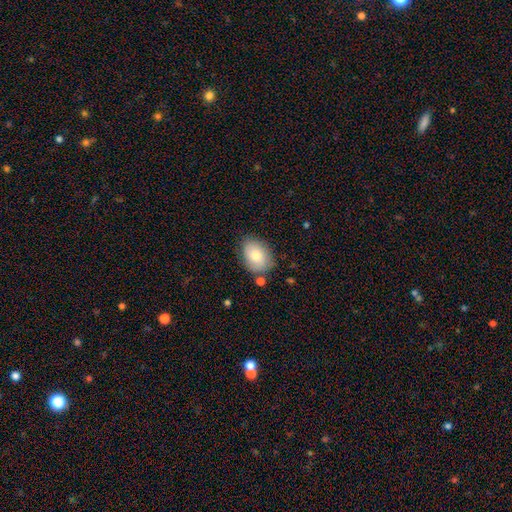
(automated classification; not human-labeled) Q: Smooth or featured?
A: smooth (79%); runner-up: featured or disk (14%)
Q: How rounded?
A: in between (79%); runner-up: round (19%)
Q: Merging?
A: none (74%); runner-up: minor disturbance (18%)